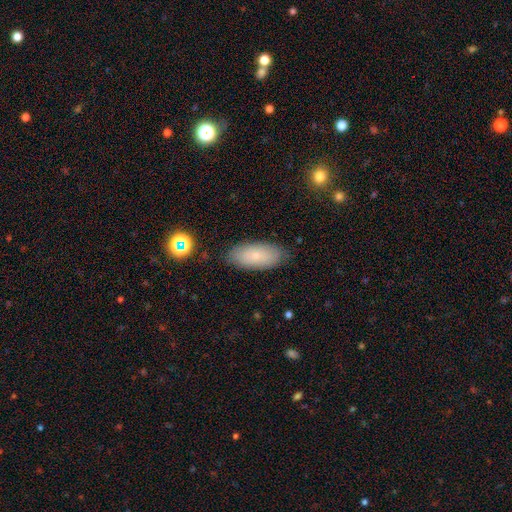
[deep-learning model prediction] Q: Smooth or featured?
A: smooth (72%); runner-up: featured or disk (19%)
Q: How rounded?
A: in between (89%); runner-up: cigar-shaped (8%)
Q: Merging?
A: none (82%); runner-up: minor disturbance (13%)